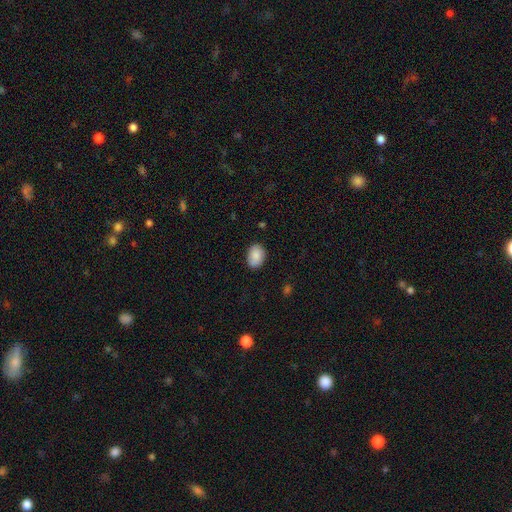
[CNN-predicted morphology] smooth 87%, star or artifact 7%, featured or disk 6%. Down the decision tree: how rounded — in between (78%); merging — none (82%).